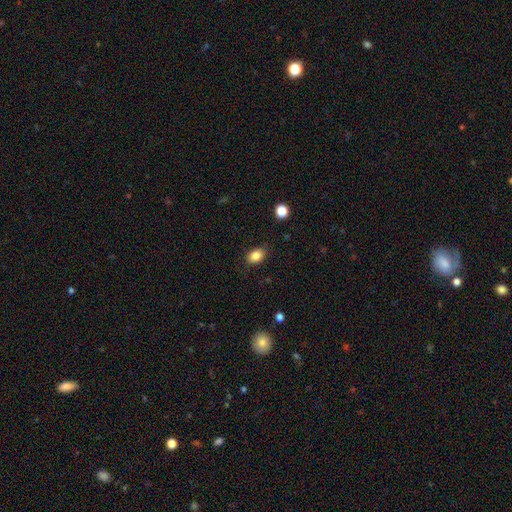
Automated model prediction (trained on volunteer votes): This appears to be a smooth galaxy with no disk features (85%) that is in between round and cigar-shaped (78%). Merging: none (85%).